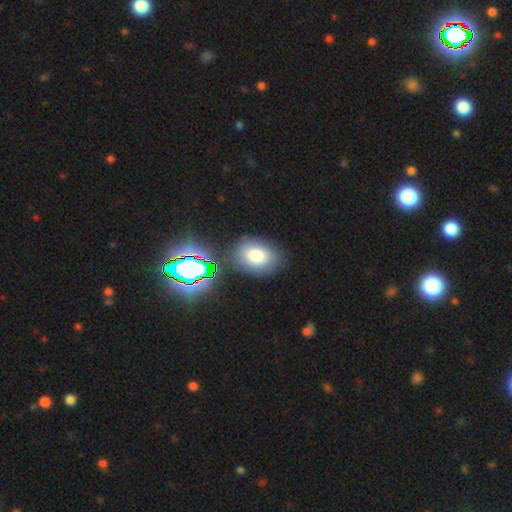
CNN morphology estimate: Overall: smooth (74%). How rounded: in between (72%). Merging: none (78%).